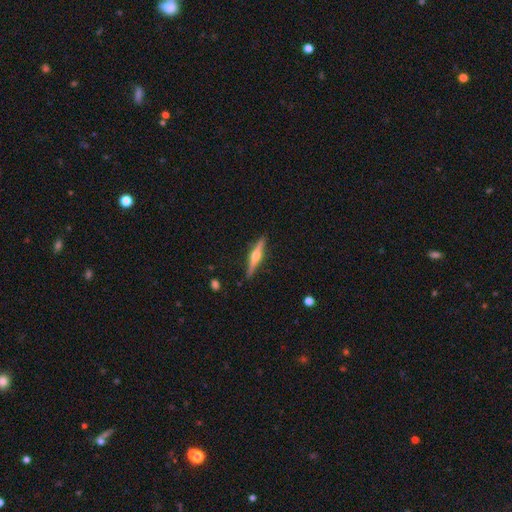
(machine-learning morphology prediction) This appears to be a featured or disk galaxy (73%) viewed edge-on (98%) with a rounded central bulge (92%). Merging: none (89%).